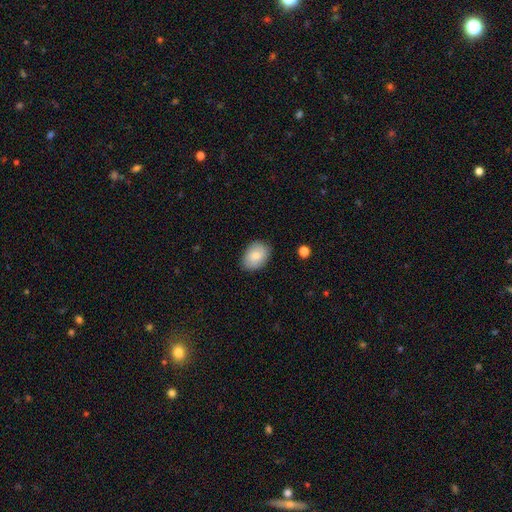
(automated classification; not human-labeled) Smooth or featured? Predicted: smooth (p=0.81). How rounded? Predicted: in between (p=0.76). Merging? Predicted: none (p=0.83).